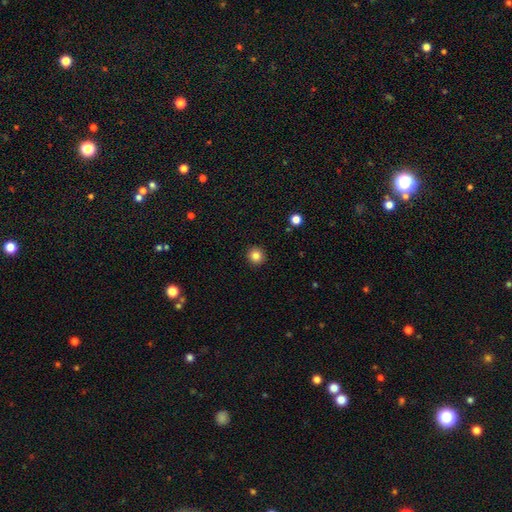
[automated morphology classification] This appears to be a smooth galaxy with no disk features (85%) that is round (93%). Merging: none (93%).